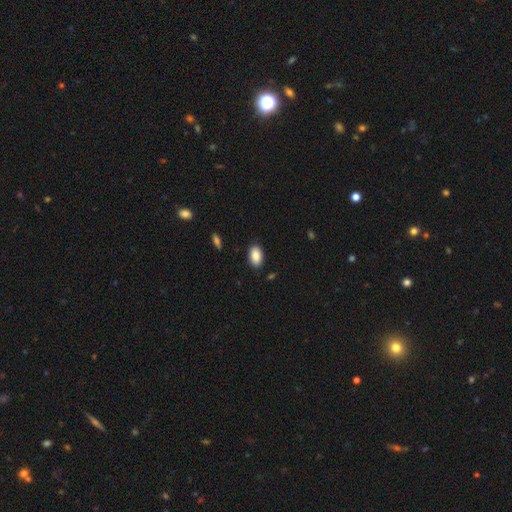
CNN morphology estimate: The model was most divided on "merging": none: 88%, minor disturbance: 9%, major disturbance: 2%, merger: 1%. More confident: how rounded — in between (93%); smooth or featured — smooth (88%).